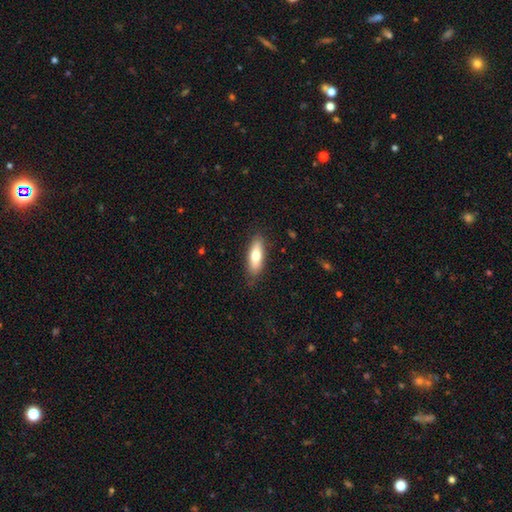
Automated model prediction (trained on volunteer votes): smooth-or-featured: smooth: 74% | featured or disk: 20% | star or artifact: 6%
  how-rounded: in between: 59% | cigar-shaped: 39% | round: 2%
  merging: none: 83% | minor disturbance: 13% | major disturbance: 3% | merger: 1%